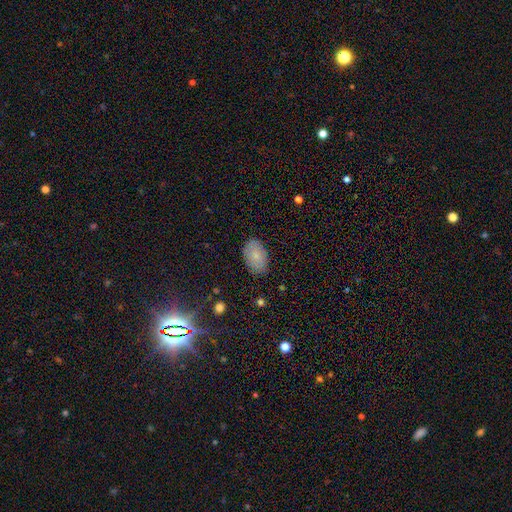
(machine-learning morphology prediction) Q: Smooth or featured?
A: smooth (79%); runner-up: featured or disk (13%)
Q: How rounded?
A: in between (90%); runner-up: round (8%)
Q: Merging?
A: none (83%); runner-up: minor disturbance (13%)